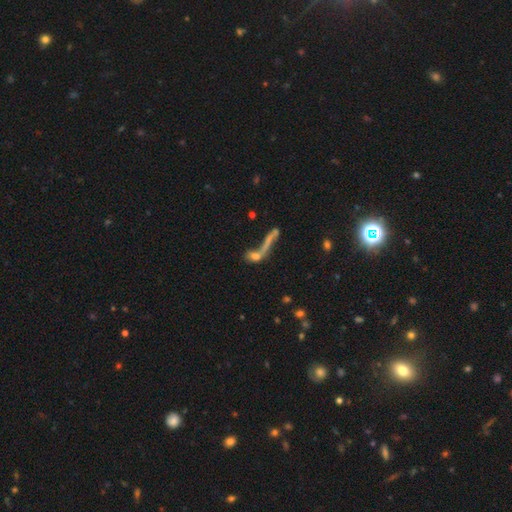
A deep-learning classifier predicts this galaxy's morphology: type=smooth (39%); merging=merger (47%).